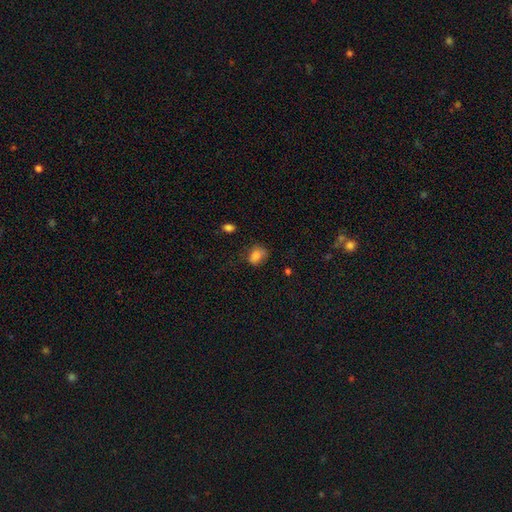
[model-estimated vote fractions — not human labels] smooth_or_featured: smooth (p=0.82) [alt: star or artifact p=0.10]
how_rounded: in between (p=0.57) [alt: round p=0.42]
merging: none (p=0.58) [alt: minor disturbance p=0.30]